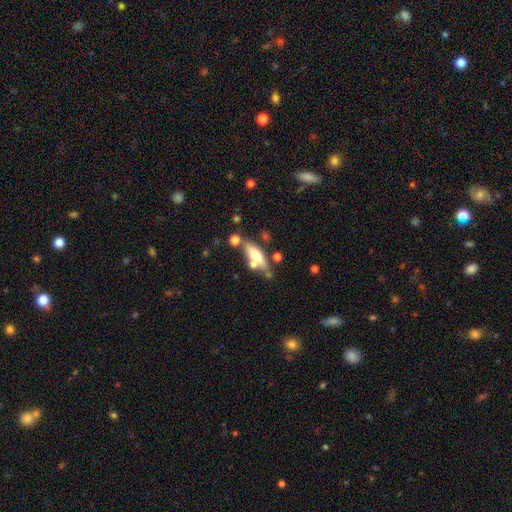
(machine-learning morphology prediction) Smooth or featured: smooth — 53% (featured or disk — 39%)
How rounded: in between — 49% (cigar-shaped — 48%)
Merging: none — 62% (minor disturbance — 17%)